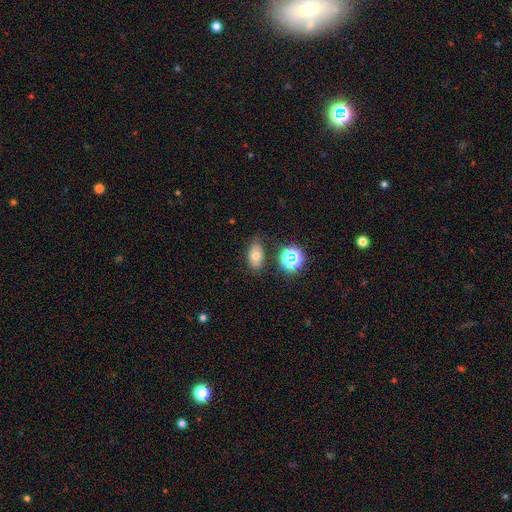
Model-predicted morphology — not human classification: Q: Smooth or featured?
A: smooth (66%); runner-up: star or artifact (17%)
Q: How rounded?
A: in between (85%); runner-up: round (13%)
Q: Merging?
A: none (76%); runner-up: minor disturbance (16%)